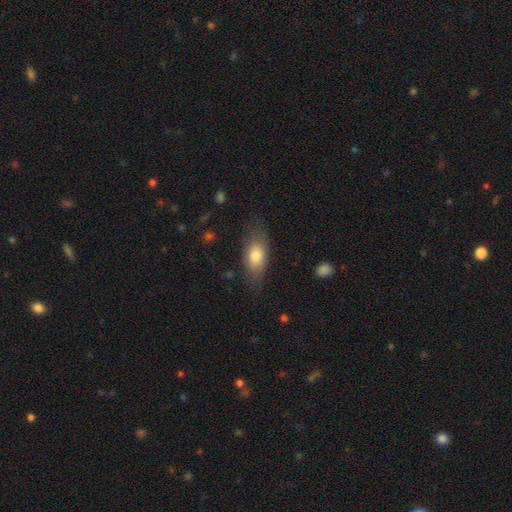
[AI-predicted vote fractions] Q: Smooth or featured?
A: smooth (76%); runner-up: featured or disk (17%)
Q: How rounded?
A: in between (83%); runner-up: cigar-shaped (11%)
Q: Merging?
A: none (72%); runner-up: minor disturbance (19%)